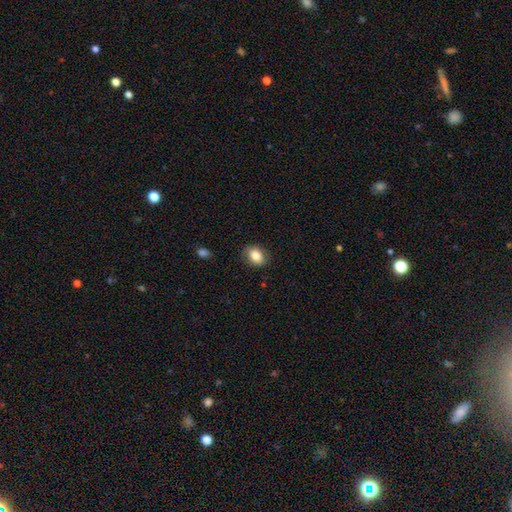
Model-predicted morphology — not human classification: Overall: smooth (84%). How rounded: in between (67%; round 32%). Merging: none (84%).